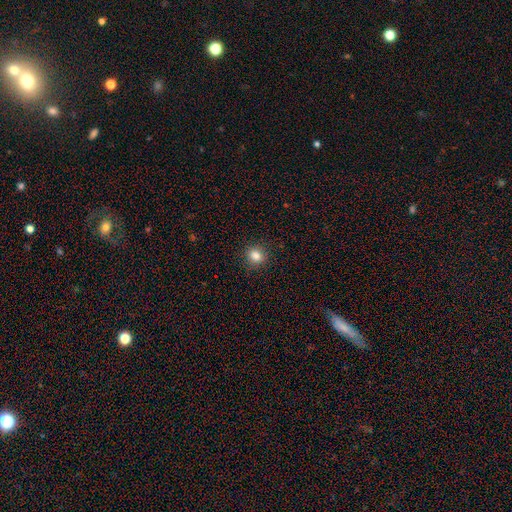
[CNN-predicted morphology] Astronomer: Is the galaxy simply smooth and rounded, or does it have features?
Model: smooth — 84%.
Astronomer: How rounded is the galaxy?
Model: round — 76%.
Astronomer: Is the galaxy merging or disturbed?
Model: none — 90%.